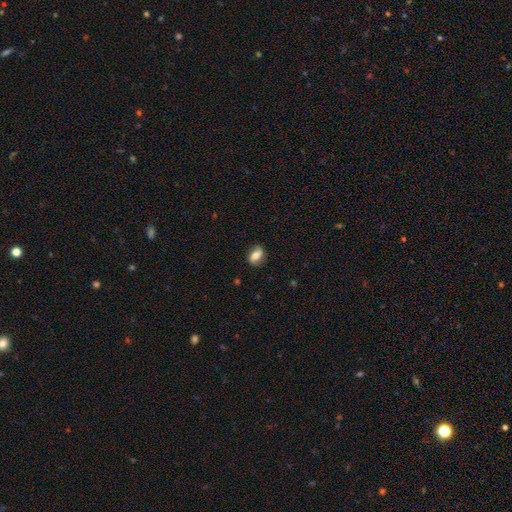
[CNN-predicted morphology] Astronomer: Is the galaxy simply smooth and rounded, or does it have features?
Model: smooth — 65%.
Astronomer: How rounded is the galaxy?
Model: in between — 82%.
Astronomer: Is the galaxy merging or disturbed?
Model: none — 79%.